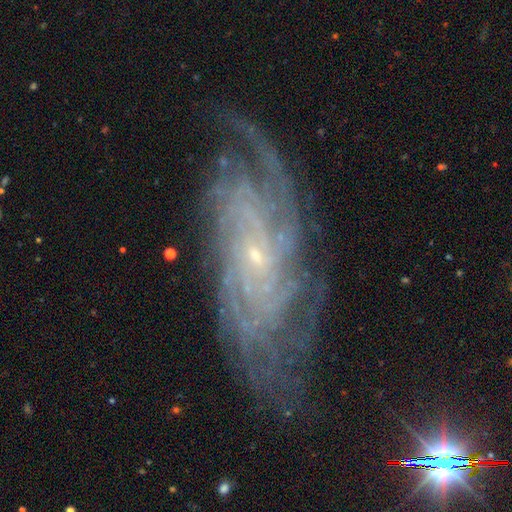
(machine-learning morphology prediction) Smooth or featured? Predicted: featured or disk (p=0.87). Edge-on disk? Predicted: no (p=0.93). Bar? Predicted: no (p=0.70). Spiral arms? Predicted: yes (p=0.97). Spiral winding? Predicted: tight (p=0.66). Spiral arm count? Predicted: can't tell (p=0.32). Bulge size? Predicted: small (p=0.88). Merging? Predicted: none (p=0.71).